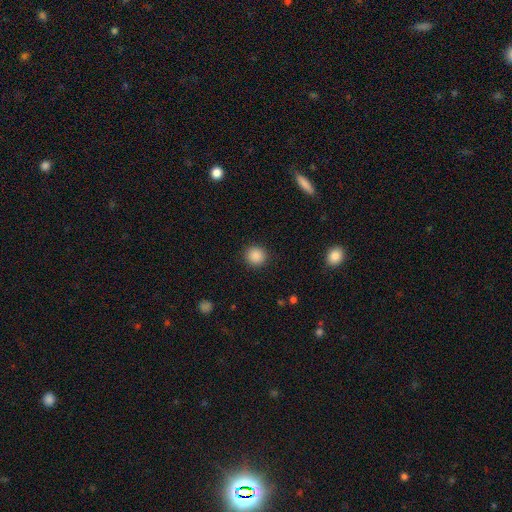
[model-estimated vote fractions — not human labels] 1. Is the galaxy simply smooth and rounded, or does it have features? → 88% smooth, 10% star or artifact, 3% featured or disk.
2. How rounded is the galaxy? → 93% round, 7% in between, 1% cigar-shaped.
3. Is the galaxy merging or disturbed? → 91% none, 5% minor disturbance, 2% major disturbance, 1% merger.